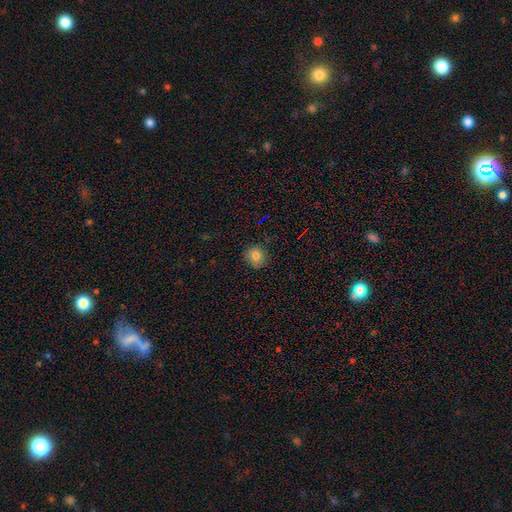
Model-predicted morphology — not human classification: type=smooth (80%); roundness=round (86%); merging=none (85%).